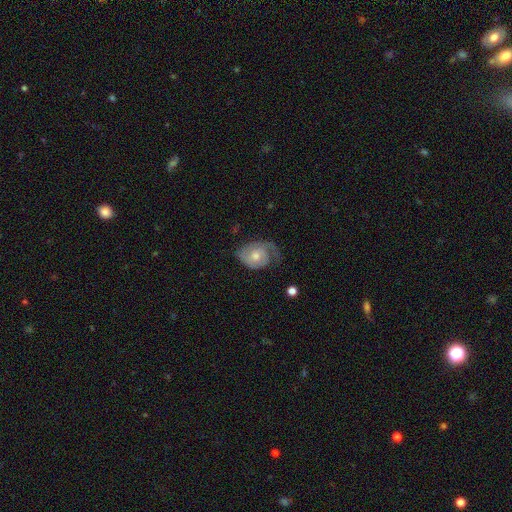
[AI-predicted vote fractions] A featured or disk galaxy (76%) with no bar (75%), 2 (42%) tight (53%) spiral arms (92%) and a moderate central bulge (60%). Merging: none (56%).